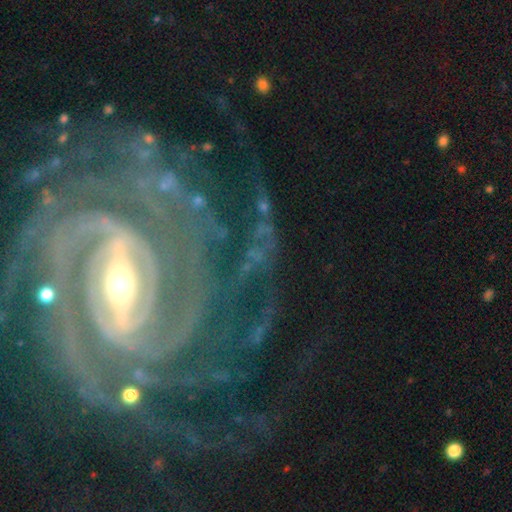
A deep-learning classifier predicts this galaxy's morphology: Smooth or featured? Predicted: featured or disk (p=0.77). Edge-on disk? Predicted: no (p=0.92). Bar? Predicted: strong (p=0.48). Spiral arms? Predicted: yes (p=0.90). Spiral winding? Predicted: tight (p=0.61). Spiral arm count? Predicted: 2 (p=0.30). Bulge size? Predicted: small (p=0.47). Merging? Predicted: none (p=0.68).